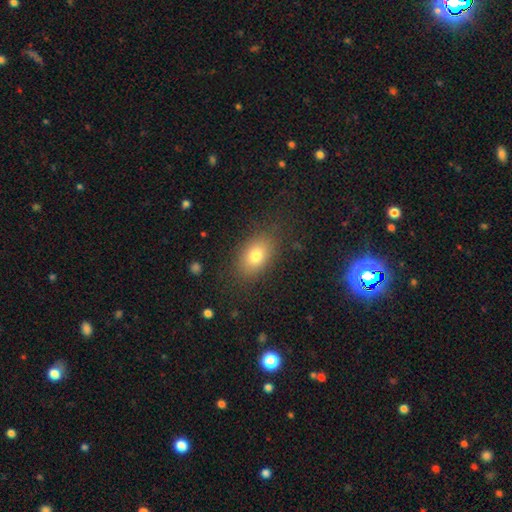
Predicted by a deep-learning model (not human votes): A smooth galaxy with no disk features (77%) that is in between round and cigar-shaped (82%). Merging: none (82%).